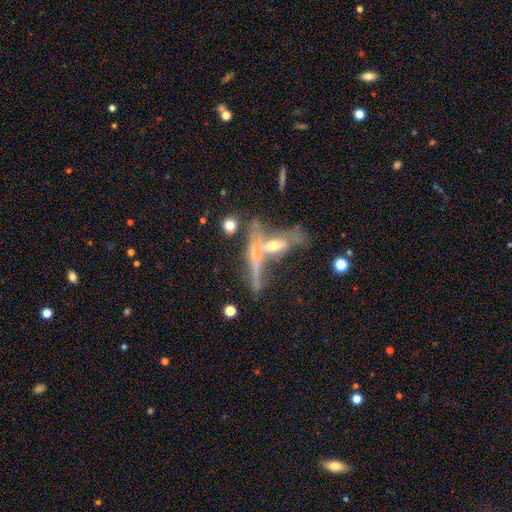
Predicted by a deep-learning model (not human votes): Morphology: type=featured or disk (65%); edge-on=yes (68%); merging=merger (47%).